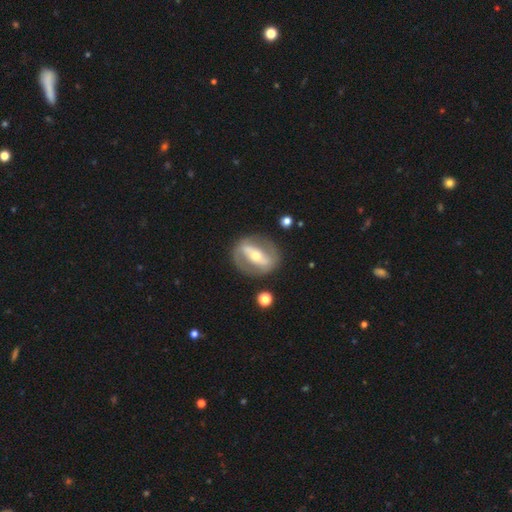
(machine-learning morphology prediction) type=featured or disk (76%); edge-on=no (91%); bar=strong (67%); spiral arms=yes (57%); bulge=moderate (56%); merging=none (81%).